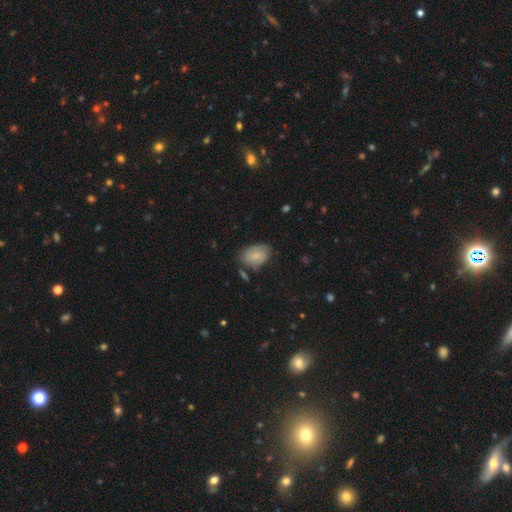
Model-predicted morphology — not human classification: This appears to be a smooth galaxy with no disk features (74%) that is in between round and cigar-shaped (84%). Merging: none (65%).